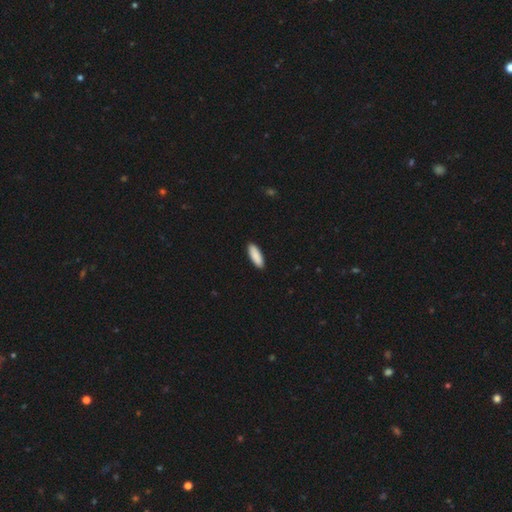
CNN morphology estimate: A smooth galaxy with no disk features (90%) that is in between round and cigar-shaped (63%).

Vote fractions:
- Smooth or featured? smooth: 90% / star or artifact: 5% / featured or disk: 4%
- How rounded? in between: 63% / cigar-shaped: 36% / round: 2%
- Merging? none: 91% / minor disturbance: 7% / major disturbance: 1% / merger: 1%